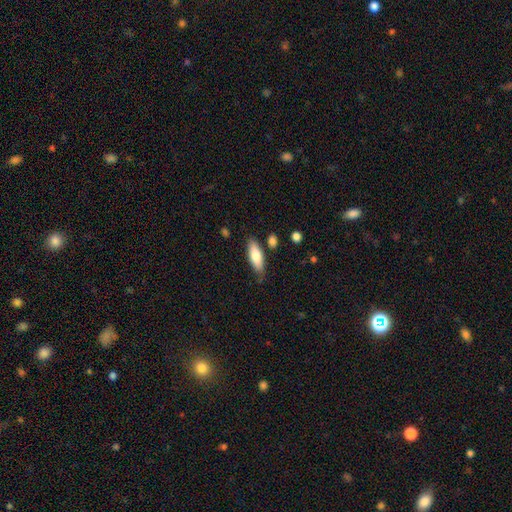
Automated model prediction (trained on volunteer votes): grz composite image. It shows a smooth galaxy with no disk features (76%) that is in between round and cigar-shaped (60%). Merging: none (79%).